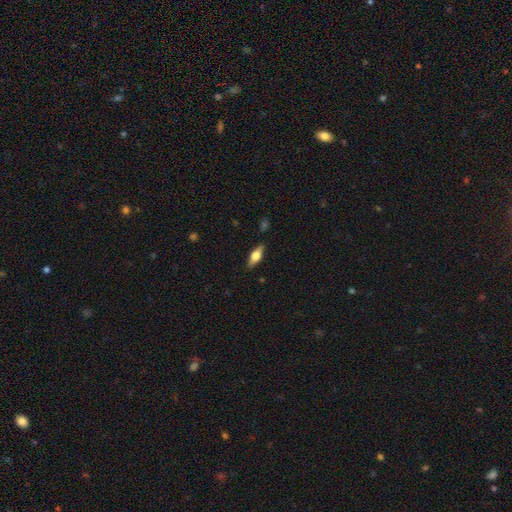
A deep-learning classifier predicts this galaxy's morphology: Overall: smooth (49%; featured or disk 44%). Merging: none (85%).